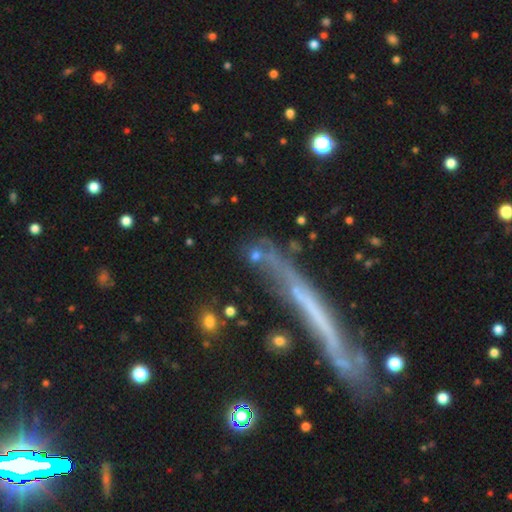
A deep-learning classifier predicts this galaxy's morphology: smooth_or_featured: smooth (p=0.49) [alt: star or artifact p=0.27]
merging: none (p=0.46) [alt: merger p=0.24]